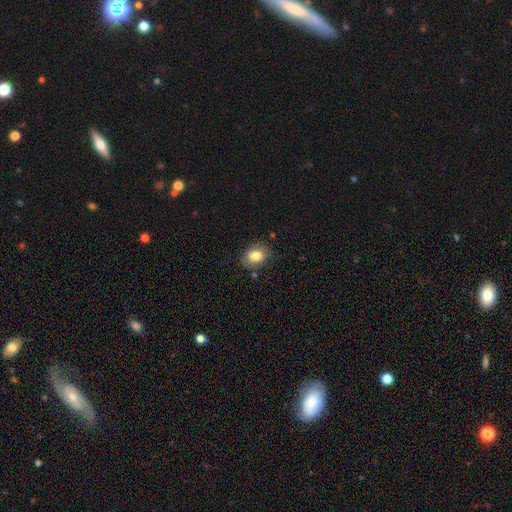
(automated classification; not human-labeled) A smooth galaxy with no disk features (83%) that is in between round and cigar-shaped (72%).

Vote fractions:
- Smooth or featured? smooth: 83% / featured or disk: 8% / star or artifact: 8%
- How rounded? in between: 72% / round: 27% / cigar-shaped: 1%
- Merging? none: 79% / minor disturbance: 15% / major disturbance: 4% / merger: 2%